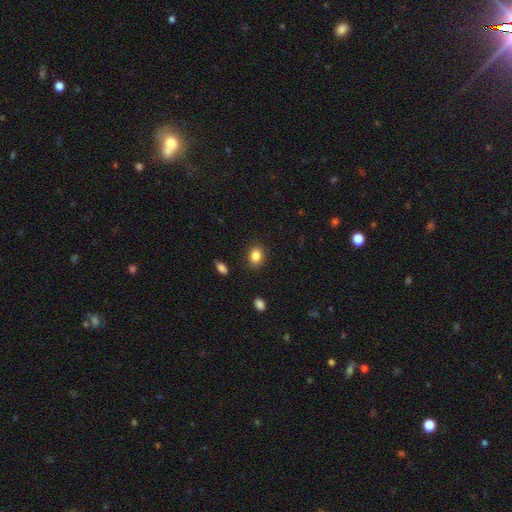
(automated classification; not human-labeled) Smooth or featured? Predicted: smooth (p=0.85). How rounded? Predicted: in between (p=0.58). Merging? Predicted: none (p=0.87).